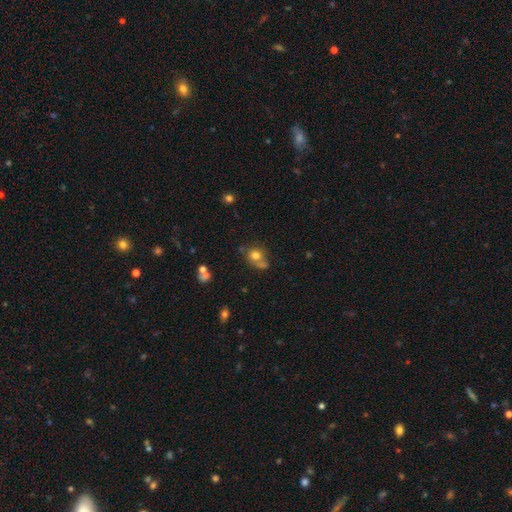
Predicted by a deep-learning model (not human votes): smooth_or_featured: smooth (p=0.75) [alt: featured or disk p=0.13]
how_rounded: round (p=0.73) [alt: in between p=0.26]
merging: none (p=0.48) [alt: merger p=0.24]